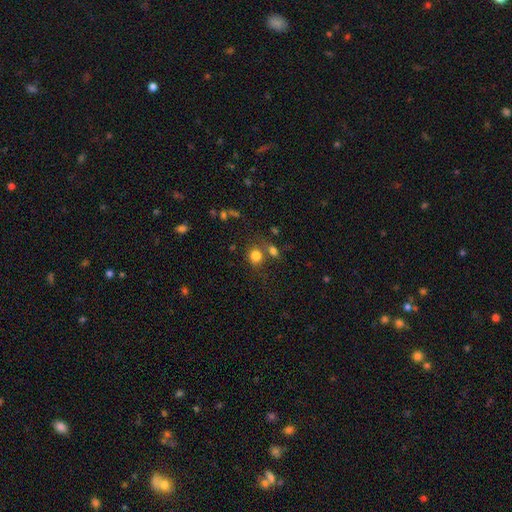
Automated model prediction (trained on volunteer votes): This appears to be a smooth galaxy with no disk features (81%) that is round (75%). Merging: none (58%).